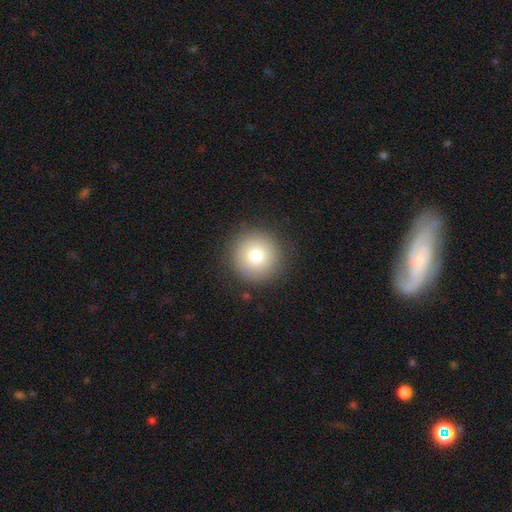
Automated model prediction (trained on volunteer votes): smooth-or-featured: smooth: 78% | featured or disk: 11% | star or artifact: 10%
  how-rounded: round: 96% | in between: 3% | cigar-shaped: 1%
  merging: none: 90% | minor disturbance: 6% | major disturbance: 2% | merger: 1%